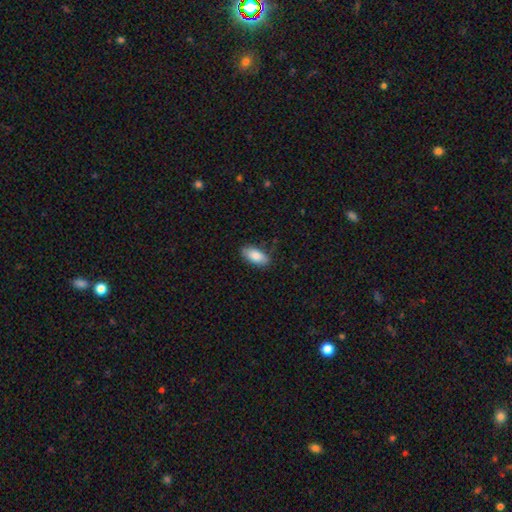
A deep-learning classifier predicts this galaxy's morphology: smooth_or_featured: smooth (p=0.85) [alt: featured or disk p=0.09]
how_rounded: in between (p=0.89) [alt: cigar-shaped p=0.08]
merging: none (p=0.84) [alt: minor disturbance p=0.13]